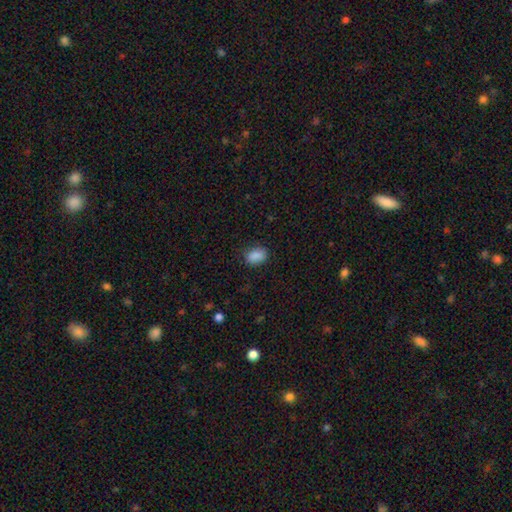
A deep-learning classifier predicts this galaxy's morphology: Smooth or featured?
  - smooth: 88% *
  - star or artifact: 9%
  - featured or disk: 4%
How rounded?
  - in between: 78% *
  - round: 21%
  - cigar-shaped: 1%
Merging?
  - none: 81% *
  - minor disturbance: 15%
  - major disturbance: 3%
  - merger: 1%